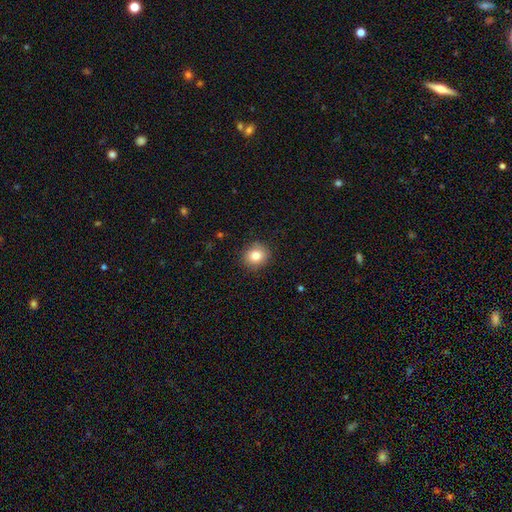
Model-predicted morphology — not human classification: Smooth or featured?
  - smooth: 83% *
  - star or artifact: 10%
  - featured or disk: 7%
How rounded?
  - round: 84% *
  - in between: 15%
  - cigar-shaped: 1%
Merging?
  - none: 89% *
  - minor disturbance: 8%
  - major disturbance: 2%
  - merger: 1%